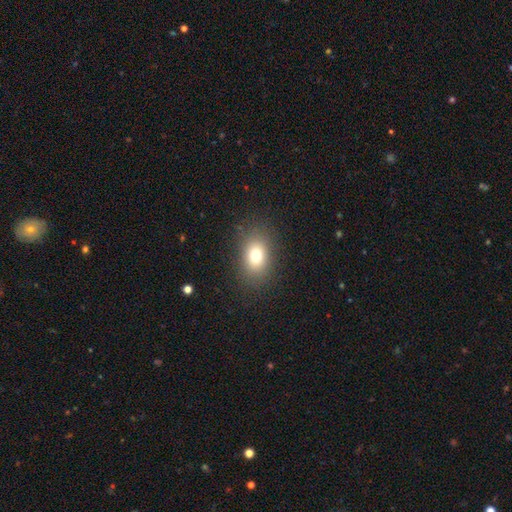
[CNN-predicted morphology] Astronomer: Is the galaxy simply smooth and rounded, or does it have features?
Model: smooth — 76%.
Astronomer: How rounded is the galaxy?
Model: in between — 71%.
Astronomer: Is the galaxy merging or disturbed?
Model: none — 85%.